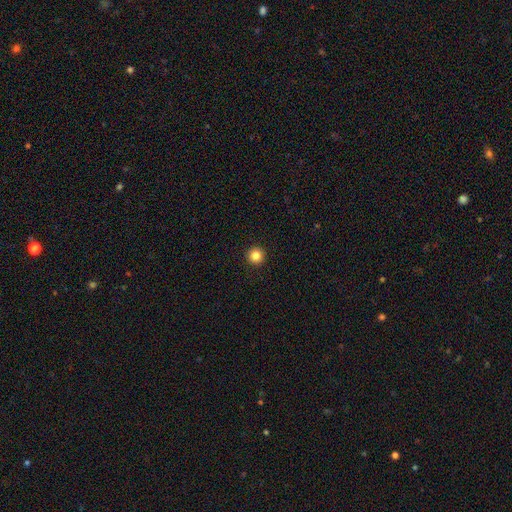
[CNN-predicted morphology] This is clearly a smooth galaxy (84%). How rounded: clearly round (97%). Merging: clearly none (94%).